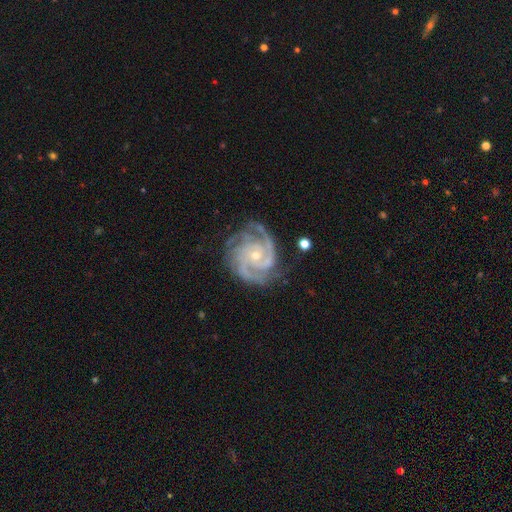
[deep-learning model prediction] Smooth or featured?
  - featured or disk: 93% *
  - star or artifact: 5%
  - smooth: 3%
Edge-on disk?
  - no: 98% *
  - yes: 2%
Bar?
  - no: 73% *
  - weak: 20%
  - strong: 7%
Spiral arms?
  - yes: 99% *
  - no: 1%
Spiral winding?
  - tight: 67% *
  - medium: 30%
  - loose: 3%
Spiral arm count?
  - 3: 44% *
  - 2: 20%
  - 4: 16%
  - can't tell: 9%
  - more than 4: 6%
  - 1: 5%
Bulge size?
  - small: 70% *
  - moderate: 28%
  - none: 1%
  - large: 1%
  - dominant: 1%
Merging?
  - none: 75% *
  - minor disturbance: 17%
  - major disturbance: 6%
  - merger: 1%